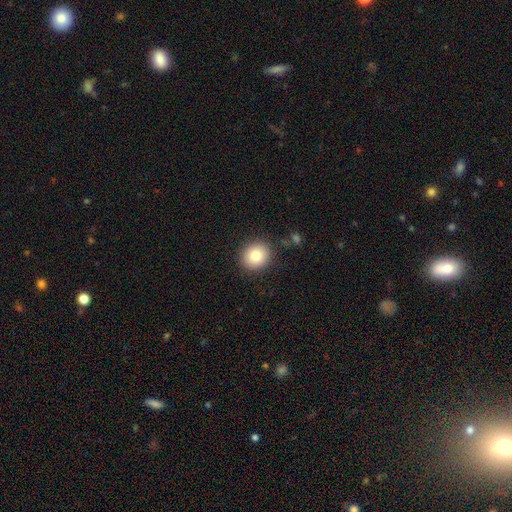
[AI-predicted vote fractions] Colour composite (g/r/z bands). It shows a smooth galaxy with no disk features (82%) that is round (82%). Merging: none (88%).